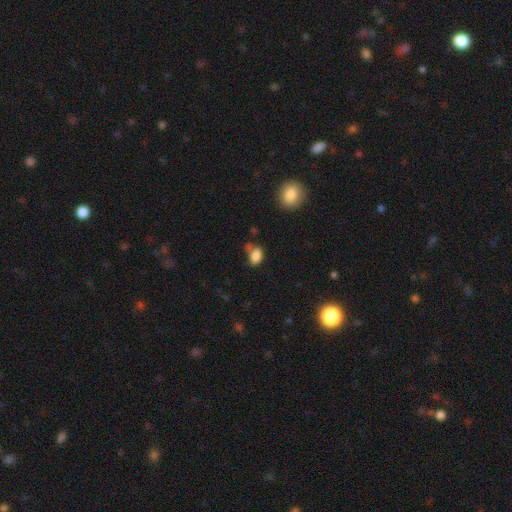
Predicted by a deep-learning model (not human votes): Q: Smooth or featured?
A: smooth (82%); runner-up: star or artifact (11%)
Q: How rounded?
A: in between (80%); runner-up: round (18%)
Q: Merging?
A: none (49%); runner-up: minor disturbance (26%)